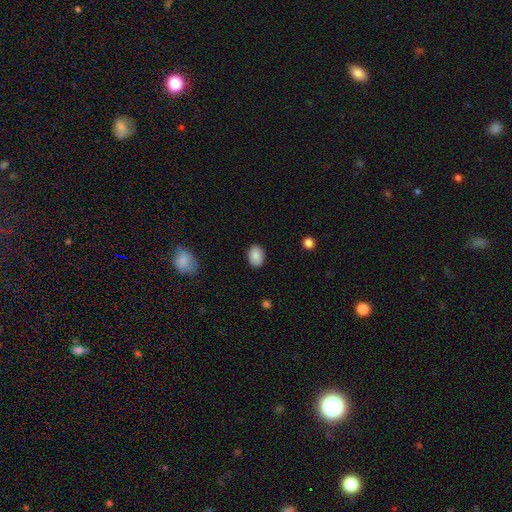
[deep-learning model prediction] smooth 88%, star or artifact 7%, featured or disk 5%. Down the decision tree: how rounded — in between (80%); merging — none (88%).